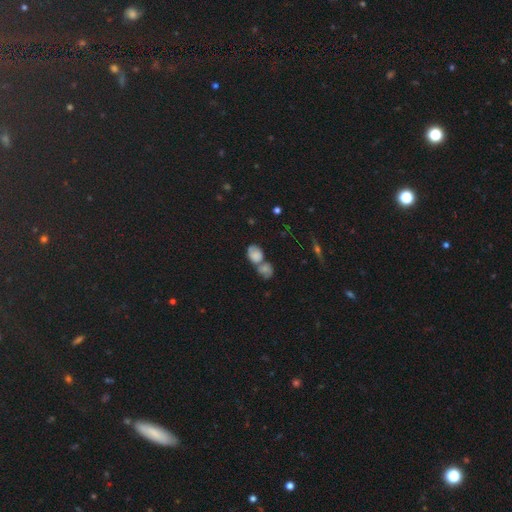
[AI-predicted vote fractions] This appears to be a smooth galaxy with no disk features (69%) that is in between round and cigar-shaped (62%). Merging: merger (59%).